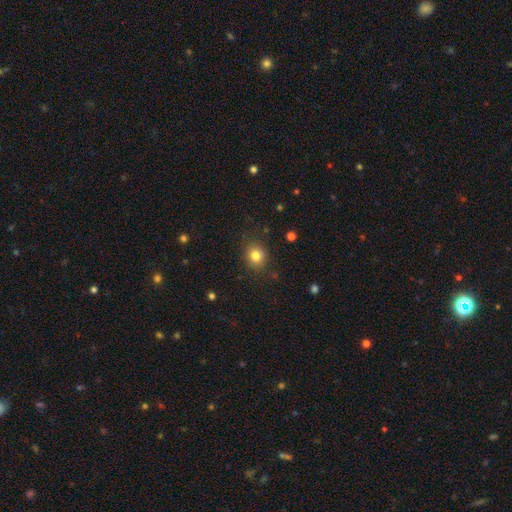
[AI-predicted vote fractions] Morphology: type=smooth (81%); roundness=round (78%); merging=none (84%).